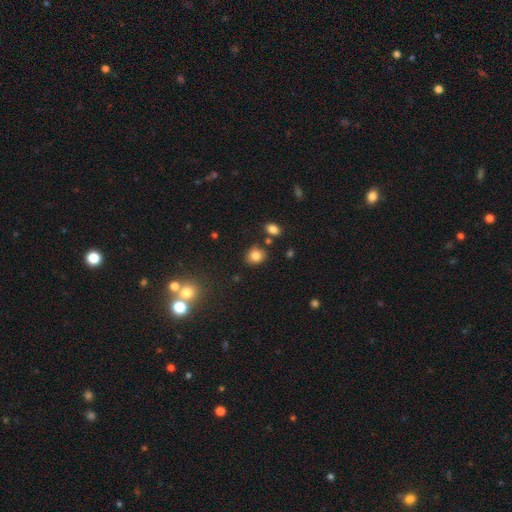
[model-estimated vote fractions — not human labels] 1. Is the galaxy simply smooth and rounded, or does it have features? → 81% smooth, 11% star or artifact, 7% featured or disk.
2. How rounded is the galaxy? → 62% round, 37% in between, 1% cigar-shaped.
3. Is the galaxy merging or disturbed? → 80% none, 11% minor disturbance, 6% merger, 3% major disturbance.